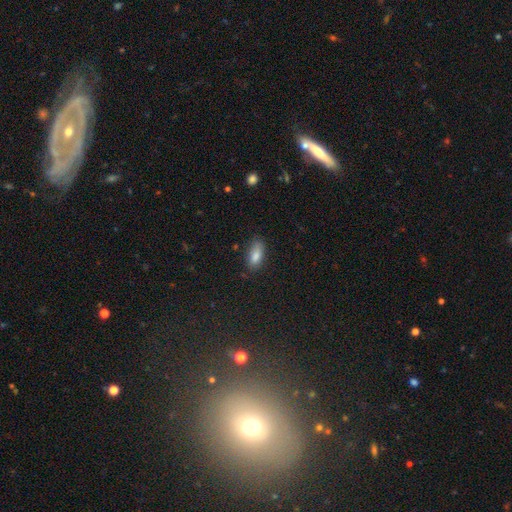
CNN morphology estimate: This is clearly a smooth galaxy (83%). How rounded: clearly in between (82%). Merging: likely none (77%).